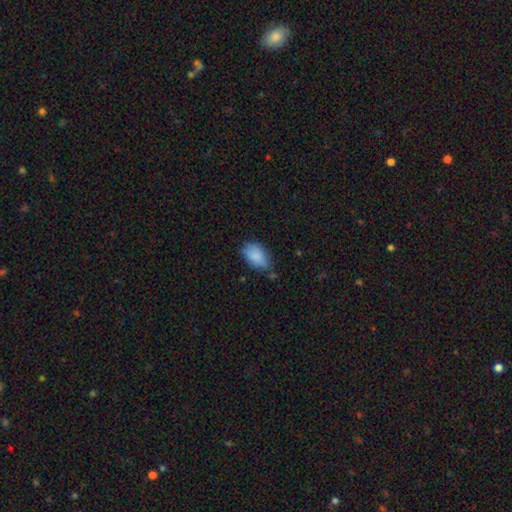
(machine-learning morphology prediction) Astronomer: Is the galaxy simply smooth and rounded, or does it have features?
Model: smooth — 87%.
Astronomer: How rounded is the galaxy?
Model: in between — 90%.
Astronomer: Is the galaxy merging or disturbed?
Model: none — 64%.